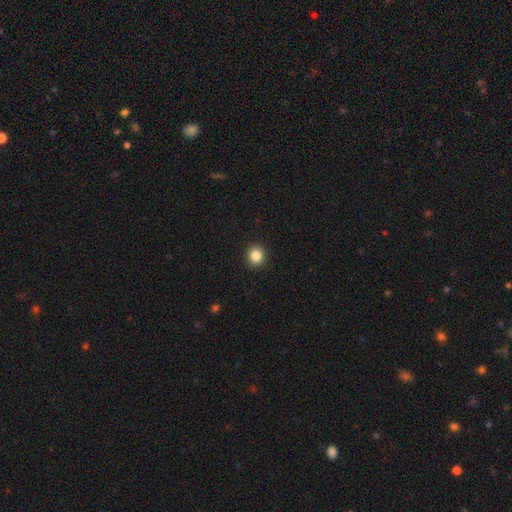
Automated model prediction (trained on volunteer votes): Smooth or featured? smooth (86%)
How rounded? round (84%)
Merging? none (92%)